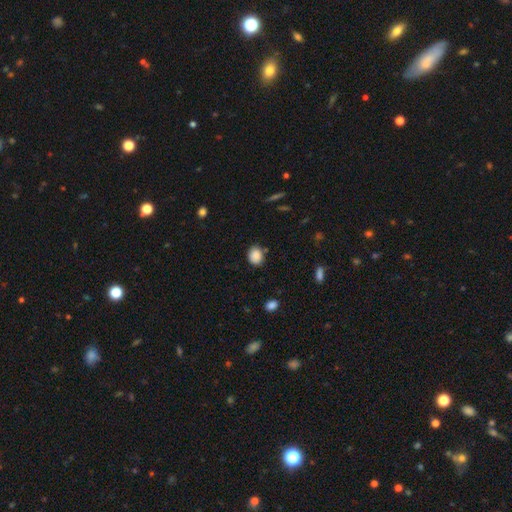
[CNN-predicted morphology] Q: Smooth or featured?
A: smooth (87%); runner-up: star or artifact (9%)
Q: How rounded?
A: round (53%); runner-up: in between (46%)
Q: Merging?
A: none (78%); runner-up: minor disturbance (15%)